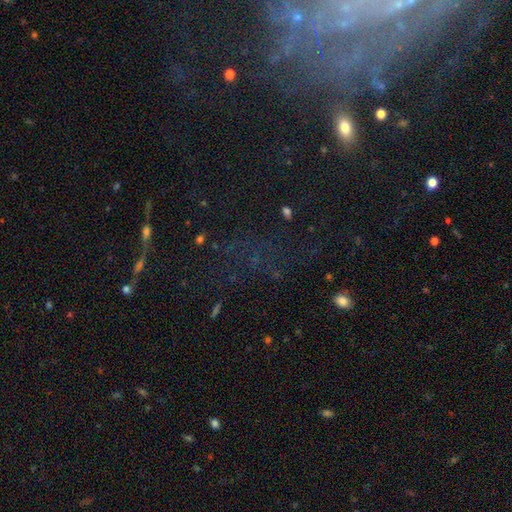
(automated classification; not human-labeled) Smooth or featured? star or artifact (53%)